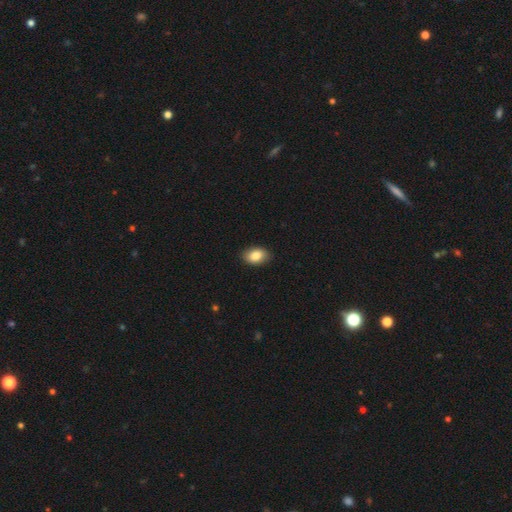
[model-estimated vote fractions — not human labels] The model was most divided on "how rounded": in between: 87%, round: 12%, cigar-shaped: 1%. More confident: merging — none (88%); smooth or featured — smooth (85%).